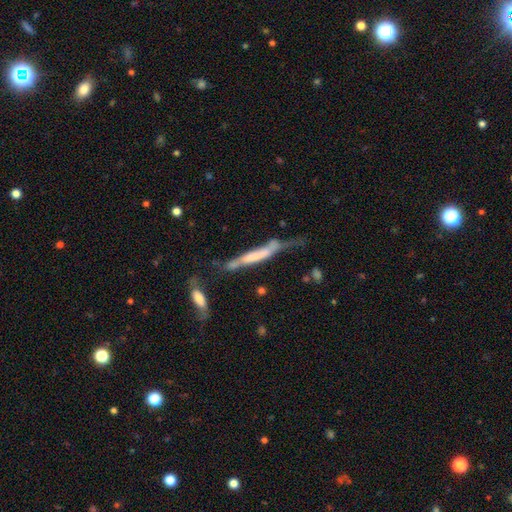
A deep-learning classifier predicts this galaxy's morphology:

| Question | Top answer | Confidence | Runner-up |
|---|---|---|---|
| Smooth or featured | featured or disk | 53% | smooth (39%) |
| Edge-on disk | yes | 78% | no (22%) |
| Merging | none | 34% | minor disturbance (26%) |